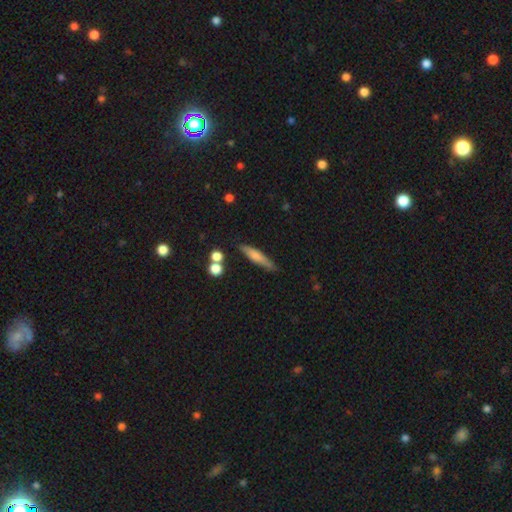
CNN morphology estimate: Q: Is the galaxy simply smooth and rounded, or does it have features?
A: smooth — 64%.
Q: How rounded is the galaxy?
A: cigar-shaped — 84%.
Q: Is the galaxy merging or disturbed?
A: none — 77%.